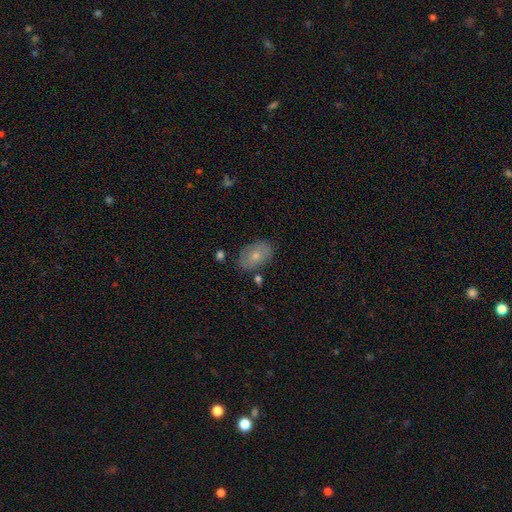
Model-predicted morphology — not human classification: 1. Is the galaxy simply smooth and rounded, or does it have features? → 66% smooth, 27% featured or disk, 8% star or artifact.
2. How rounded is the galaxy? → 86% in between, 13% round, 1% cigar-shaped.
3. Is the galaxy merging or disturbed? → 77% none, 15% minor disturbance, 4% merger, 4% major disturbance.